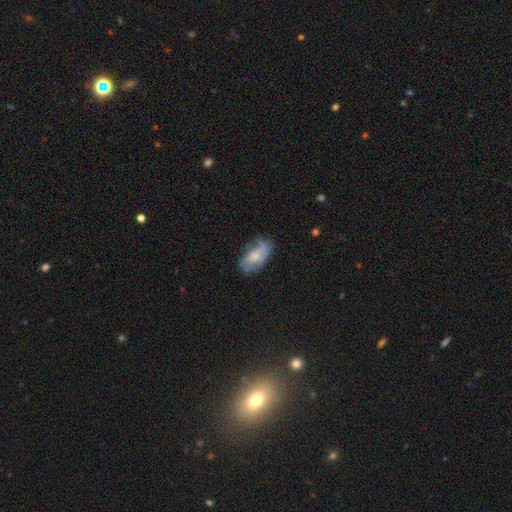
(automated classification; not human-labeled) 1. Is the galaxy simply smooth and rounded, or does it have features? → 50% smooth, 42% featured or disk, 8% star or artifact.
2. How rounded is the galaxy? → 90% in between, 6% cigar-shaped, 4% round.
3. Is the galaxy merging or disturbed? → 54% none, 30% minor disturbance, 14% major disturbance, 3% merger.